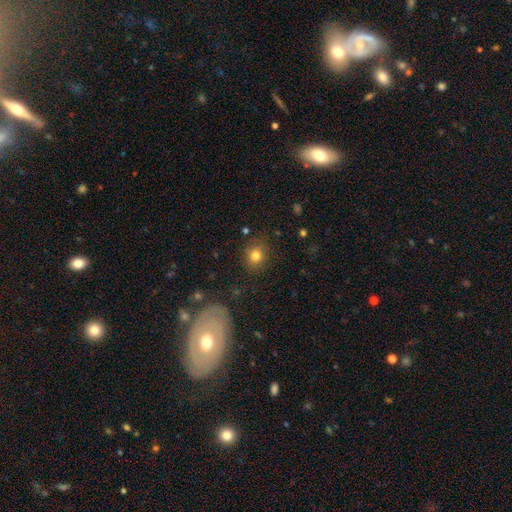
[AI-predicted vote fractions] This appears to be a smooth galaxy with no disk features (80%) that is round (68%). Merging: none (84%).